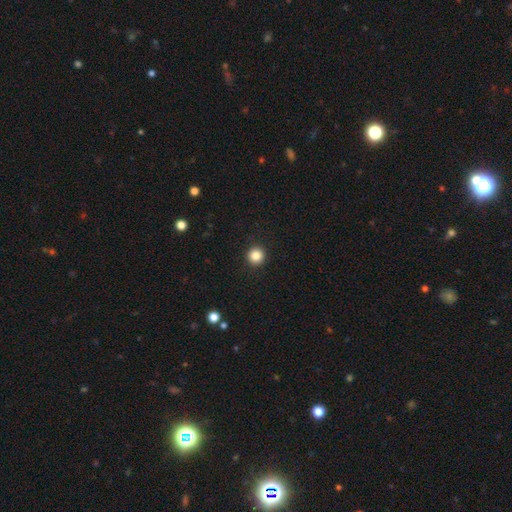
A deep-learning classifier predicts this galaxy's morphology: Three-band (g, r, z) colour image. It shows a smooth galaxy with no disk features (85%) that is round (95%). Merging: none (93%).